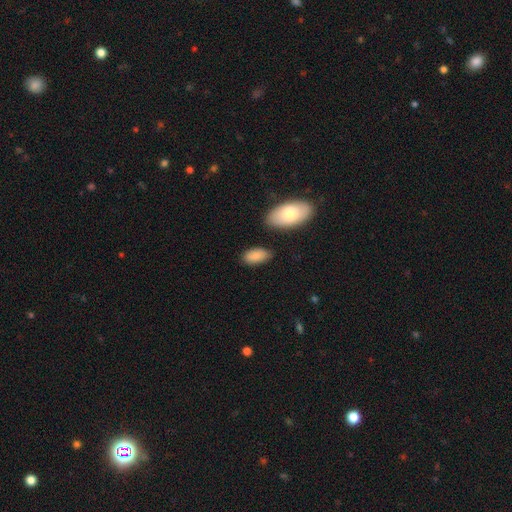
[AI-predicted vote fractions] Morphology: type=smooth (86%); roundness=in between (93%); merging=none (77%).